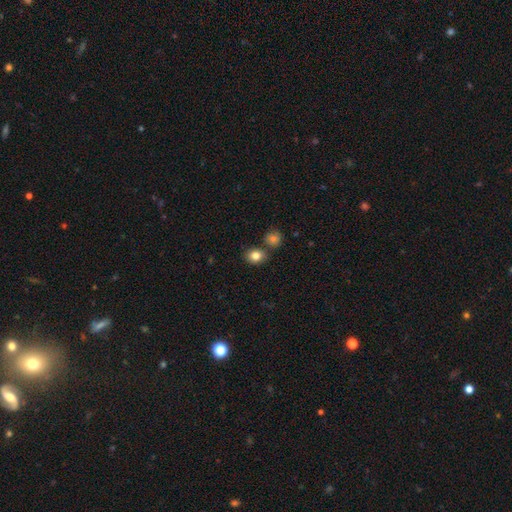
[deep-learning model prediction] A smooth galaxy with no disk features (83%) that is round (61%). Merging: none (71%).